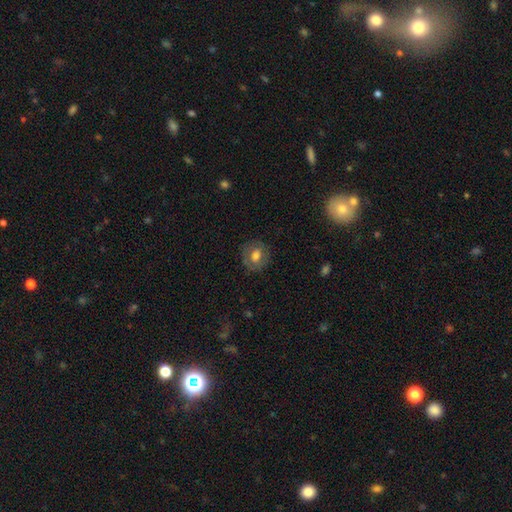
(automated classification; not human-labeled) Smooth or featured: smooth — 65% (featured or disk — 26%)
How rounded: round — 75% (in between — 24%)
Merging: none — 81% (minor disturbance — 13%)